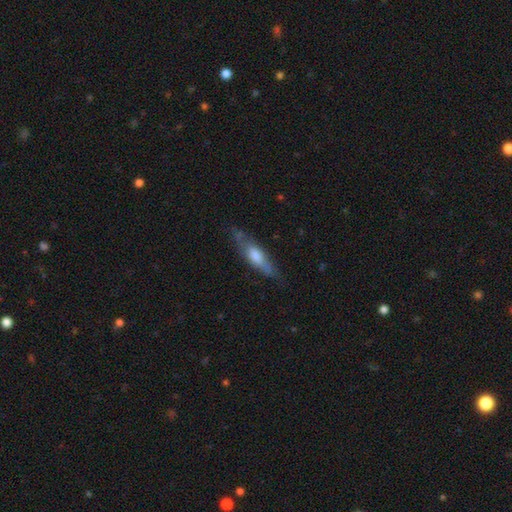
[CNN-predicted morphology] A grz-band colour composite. It shows a smooth galaxy with no disk features (49%). Merging: none (68%).